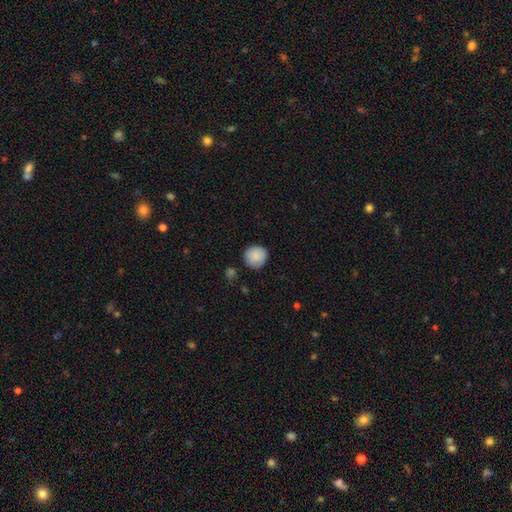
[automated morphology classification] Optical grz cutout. It shows a smooth galaxy with no disk features (88%) that is round (93%). Merging: none (84%).